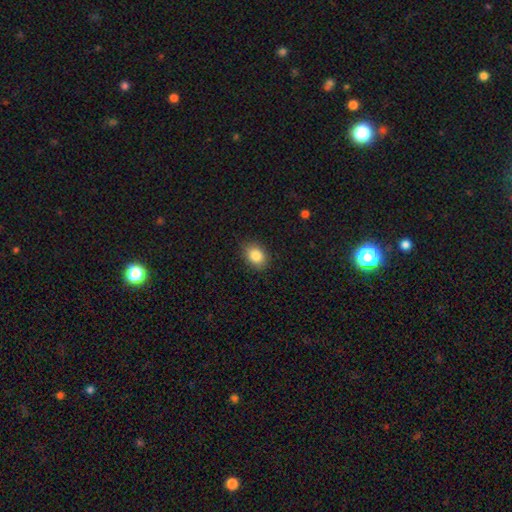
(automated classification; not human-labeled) smooth 85%, star or artifact 9%, featured or disk 6%. Down the decision tree: how rounded — in between (59%); merging — none (84%).